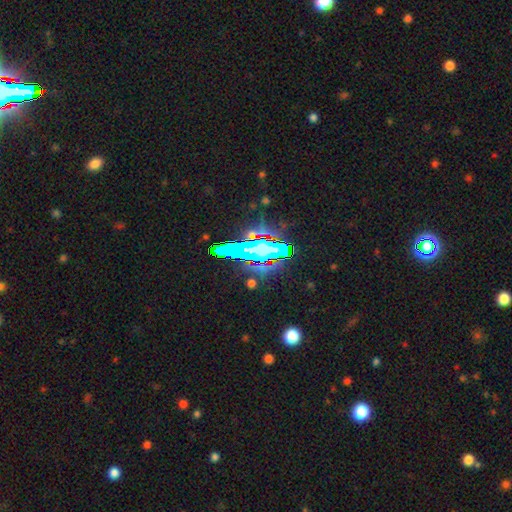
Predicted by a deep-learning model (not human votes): This is likely a star or artifact rather than a galaxy (63%).